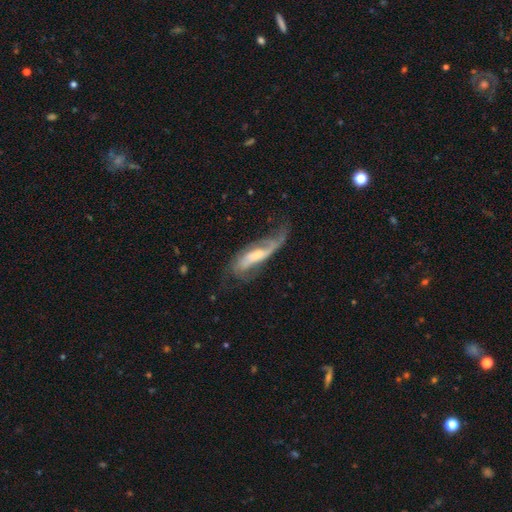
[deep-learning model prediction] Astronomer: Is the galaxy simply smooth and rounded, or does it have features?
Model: featured or disk — 75%.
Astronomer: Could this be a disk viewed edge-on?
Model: no — 83%.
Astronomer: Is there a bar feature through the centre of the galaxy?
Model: no — 39% (runner-up: weak, 37%).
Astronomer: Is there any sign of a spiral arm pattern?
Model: yes — 91%.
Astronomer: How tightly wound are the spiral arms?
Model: loose — 53% (runner-up: medium, 34%).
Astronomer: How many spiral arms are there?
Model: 2 — 68%.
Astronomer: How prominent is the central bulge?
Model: moderate — 42% (runner-up: small, 36%).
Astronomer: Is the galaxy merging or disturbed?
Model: none — 42% (runner-up: major disturbance, 31%).